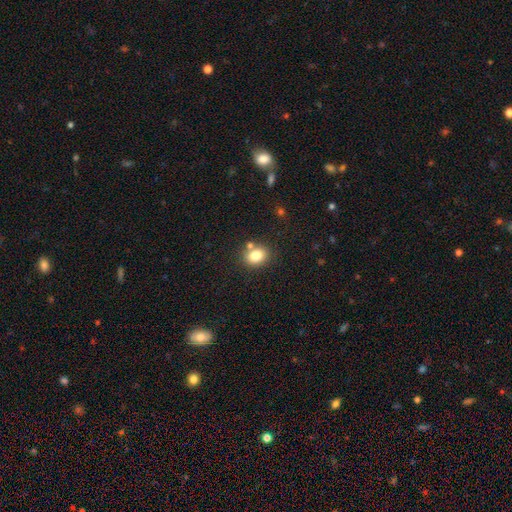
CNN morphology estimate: A smooth galaxy with no disk features (81%) that is round (50%).

Vote fractions:
- Smooth or featured? smooth: 81% / star or artifact: 11% / featured or disk: 8%
- How rounded? round: 50% / in between: 49% / cigar-shaped: 1%
- Merging? none: 74% / merger: 12% / minor disturbance: 11% / major disturbance: 3%